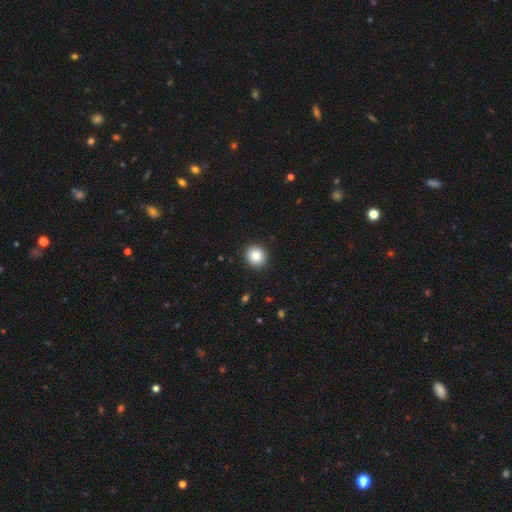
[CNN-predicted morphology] A smooth galaxy with no disk features (84%) that is round (88%). Merging: none (92%).